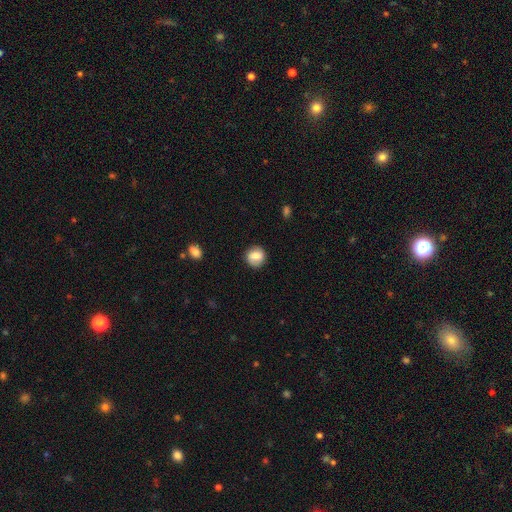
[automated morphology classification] Smooth or featured? Predicted: smooth (p=0.74). How rounded? Predicted: round (p=0.87). Merging? Predicted: none (p=0.86).